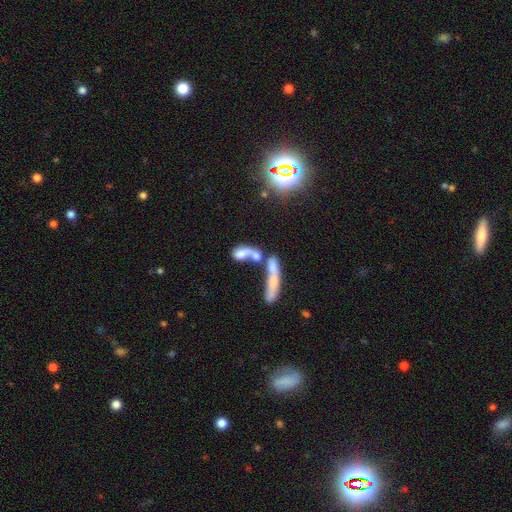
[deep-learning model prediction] This appears to be a smooth galaxy with no disk features (55%) that is in between round and cigar-shaped (54%). Merging: merger (65%).